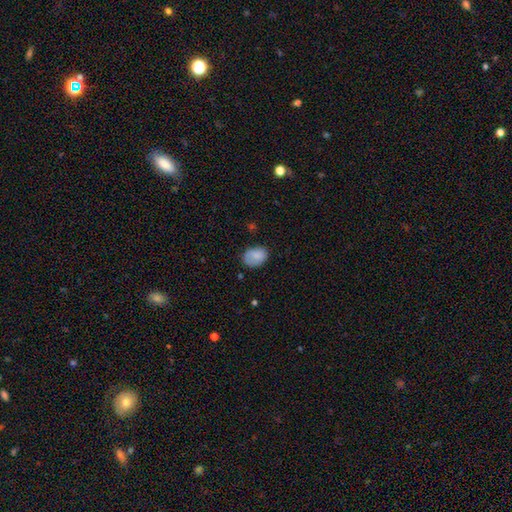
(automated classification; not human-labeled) The model was most divided on "how rounded": in between: 71%, round: 28%, cigar-shaped: 1%. More confident: smooth or featured — smooth (80%); merging — none (67%).